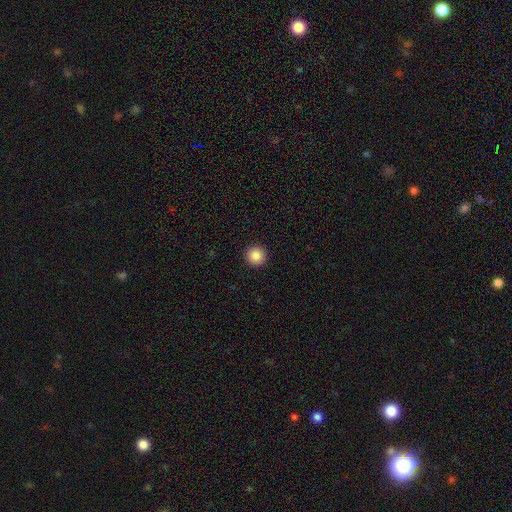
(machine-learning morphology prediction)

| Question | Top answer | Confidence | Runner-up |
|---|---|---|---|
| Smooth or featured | smooth | 87% | star or artifact (9%) |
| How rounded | round | 96% | in between (3%) |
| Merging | none | 94% | minor disturbance (4%) |